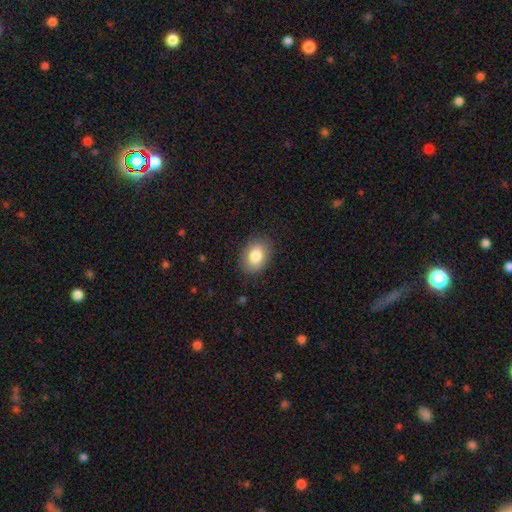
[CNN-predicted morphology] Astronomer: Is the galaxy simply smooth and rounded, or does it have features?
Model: smooth — 83%.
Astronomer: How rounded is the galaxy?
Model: in between — 76%.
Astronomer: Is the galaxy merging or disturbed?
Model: none — 85%.